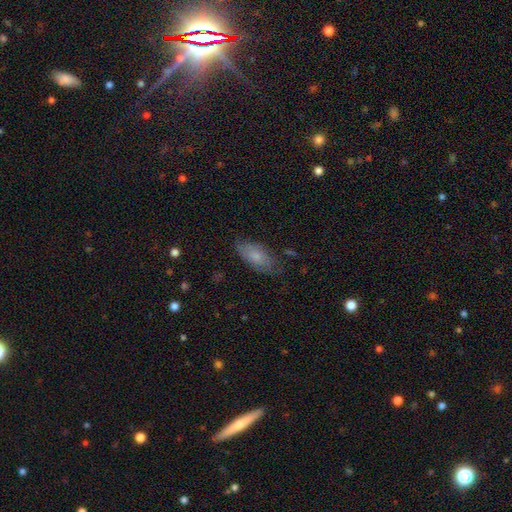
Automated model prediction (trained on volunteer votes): smooth 70%, featured or disk 23%, star or artifact 7%. Down the decision tree: how rounded — in between (88%); merging — none (68%).